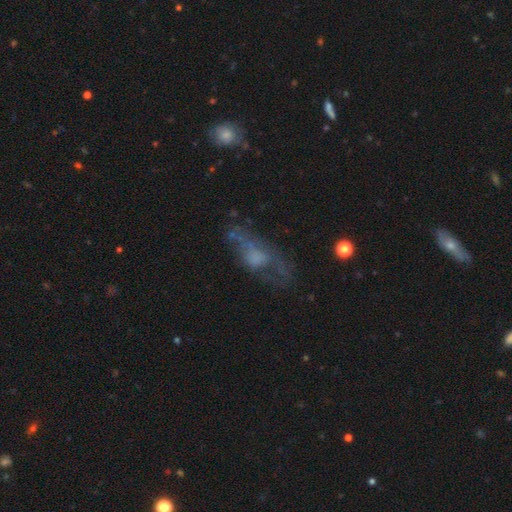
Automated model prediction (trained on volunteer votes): Smooth or featured?
  - featured or disk: 52% *
  - smooth: 32%
  - star or artifact: 15%
Edge-on disk?
  - no: 81% *
  - yes: 19%
Merging?
  - none: 46% *
  - major disturbance: 29%
  - minor disturbance: 21%
  - merger: 4%